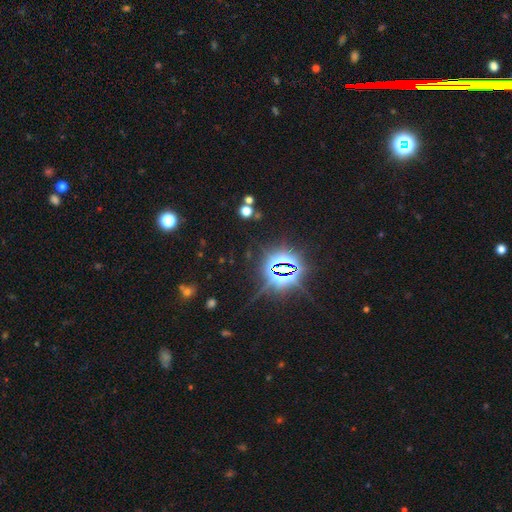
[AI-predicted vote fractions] A star or artifact, not a galaxy (82%).

Vote fractions:
- Smooth or featured? star or artifact: 82% / smooth: 11% / featured or disk: 7%